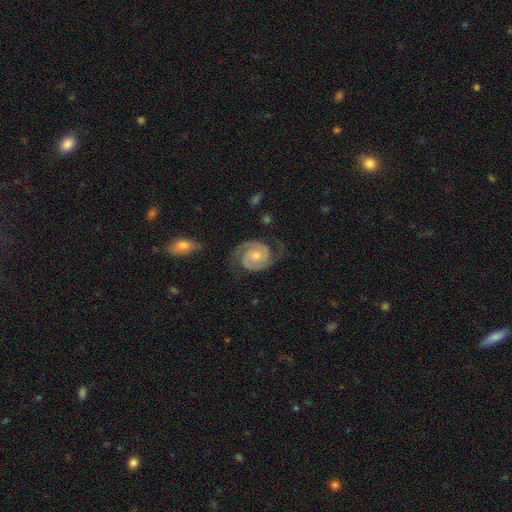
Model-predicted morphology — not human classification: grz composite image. It shows a featured or disk galaxy (87%) with no bar (65%), 2 (92%) tight (48%) spiral arms (98%) and a small central bulge (48%). Merging: none (75%).